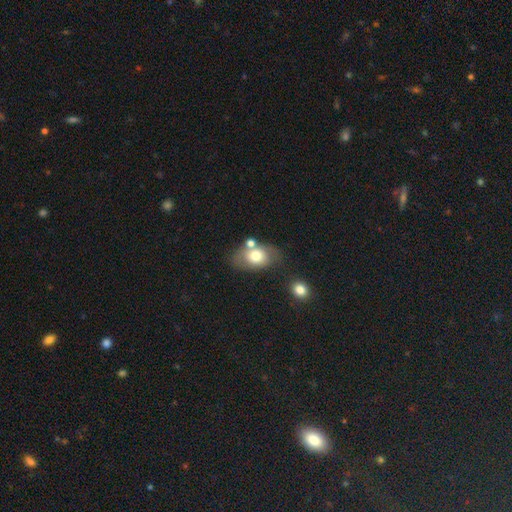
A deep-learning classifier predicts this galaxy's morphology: Overall: smooth (71%). How rounded: in between (78%). Merging: none (55%; merger 21%).